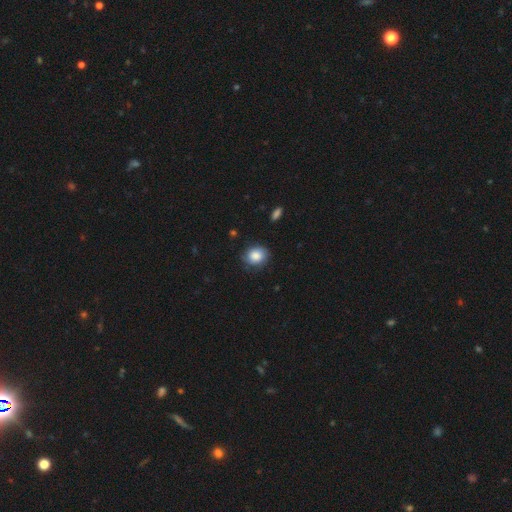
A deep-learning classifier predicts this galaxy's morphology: Q: Smooth or featured?
A: smooth (78%); runner-up: featured or disk (14%)
Q: How rounded?
A: round (65%); runner-up: in between (34%)
Q: Merging?
A: none (75%); runner-up: minor disturbance (18%)